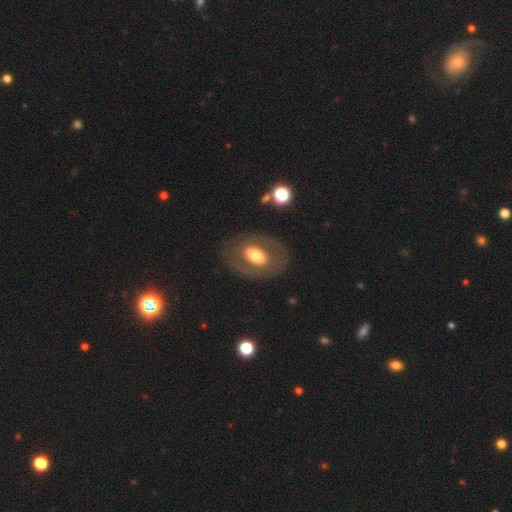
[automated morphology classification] smooth_or_featured: smooth (p=0.48) [alt: featured or disk p=0.45]
merging: none (p=0.80) [alt: minor disturbance p=0.11]